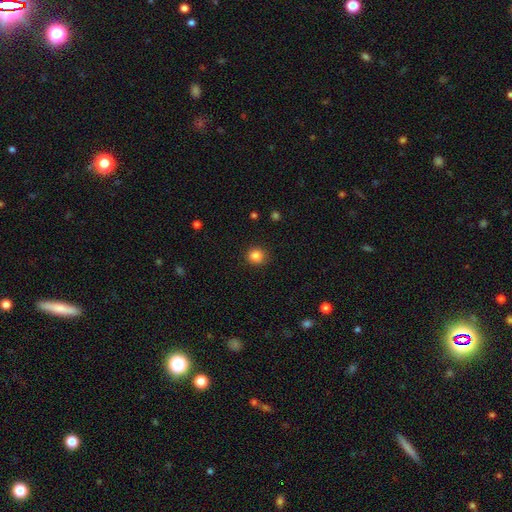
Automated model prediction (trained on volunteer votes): Morphology: type=smooth (85%); roundness=round (86%); merging=none (88%).